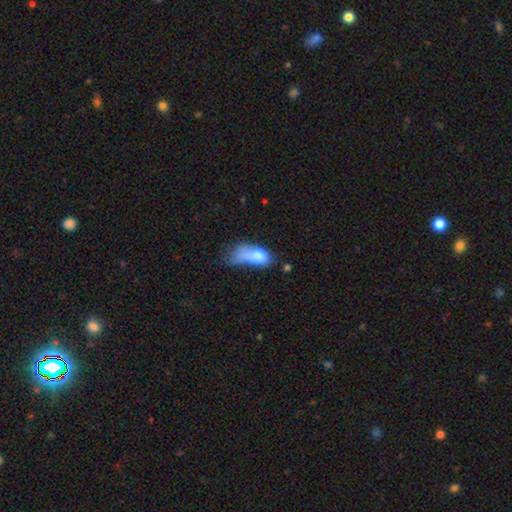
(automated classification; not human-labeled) Smooth or featured? smooth (75%)
How rounded? in between (85%)
Merging? major disturbance (41%)